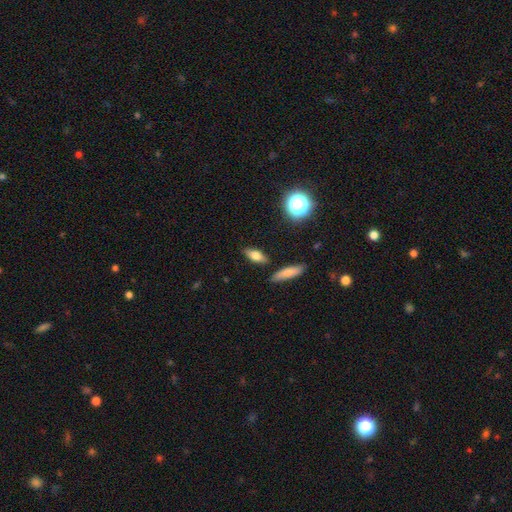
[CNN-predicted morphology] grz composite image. It shows a smooth galaxy with no disk features (70%) that is in between round and cigar-shaped (71%). Merging: none (84%).